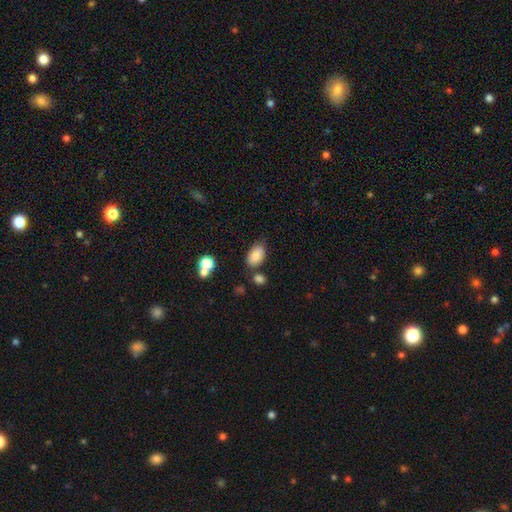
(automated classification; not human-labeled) smooth 83%, star or artifact 9%, featured or disk 8%. Down the decision tree: how rounded — in between (91%); merging — none (70%).